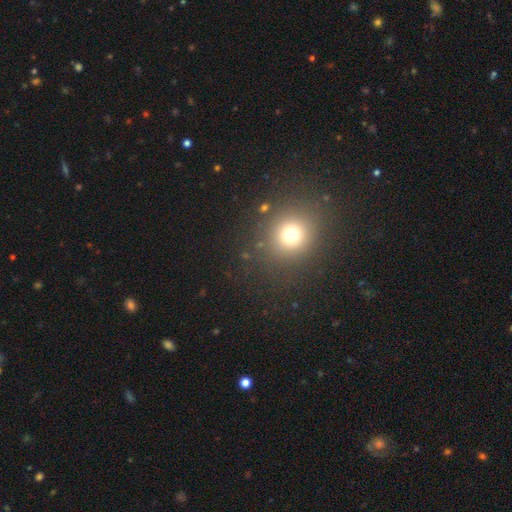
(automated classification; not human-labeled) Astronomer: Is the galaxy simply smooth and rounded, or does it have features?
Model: smooth — 65%.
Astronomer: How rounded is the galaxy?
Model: round — 79%.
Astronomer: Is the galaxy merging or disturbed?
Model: none — 89%.